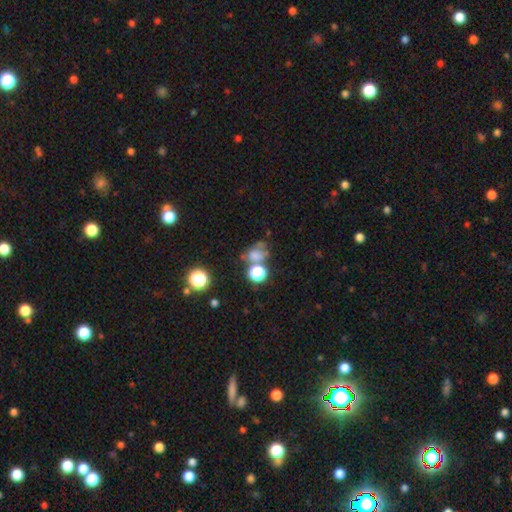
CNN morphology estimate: Smooth or featured? Predicted: smooth (p=0.57). How rounded? Predicted: round (p=0.59). Merging? Predicted: none (p=0.41).